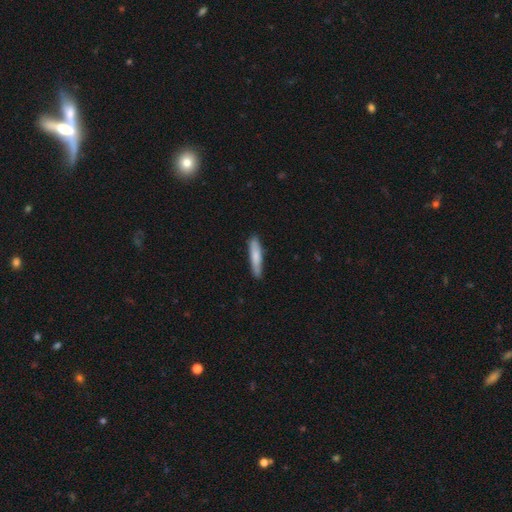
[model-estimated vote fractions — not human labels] The model was most divided on "smooth or featured": smooth: 78%, featured or disk: 17%, star or artifact: 5%. More confident: how rounded — cigar-shaped (86%); merging — none (84%).